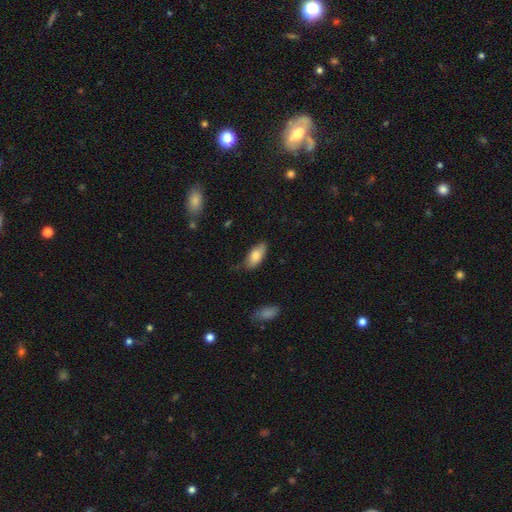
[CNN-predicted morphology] Smooth or featured?
  - smooth: 80% *
  - featured or disk: 13%
  - star or artifact: 6%
How rounded?
  - in between: 90% *
  - cigar-shaped: 8%
  - round: 2%
Merging?
  - none: 63% *
  - minor disturbance: 30%
  - major disturbance: 6%
  - merger: 2%